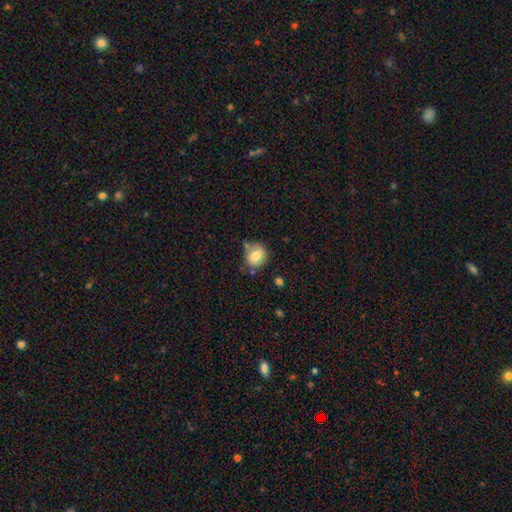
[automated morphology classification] smooth 73%, featured or disk 18%, star or artifact 9%. Down the decision tree: how rounded — round (65%); merging — none (60%).